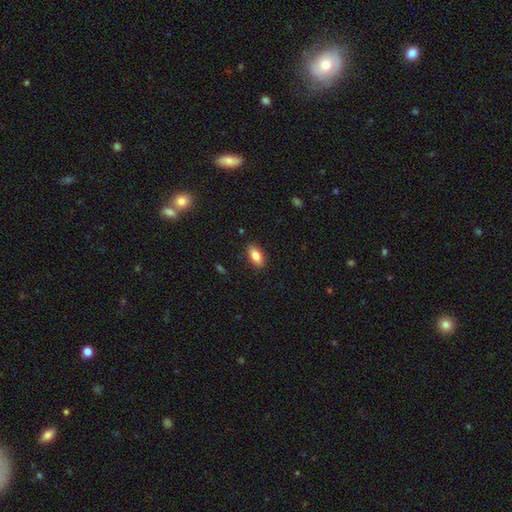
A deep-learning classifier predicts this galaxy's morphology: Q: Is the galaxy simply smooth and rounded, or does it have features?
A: smooth — 81%.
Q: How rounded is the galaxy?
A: in between — 88%.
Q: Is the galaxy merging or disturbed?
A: none — 87%.